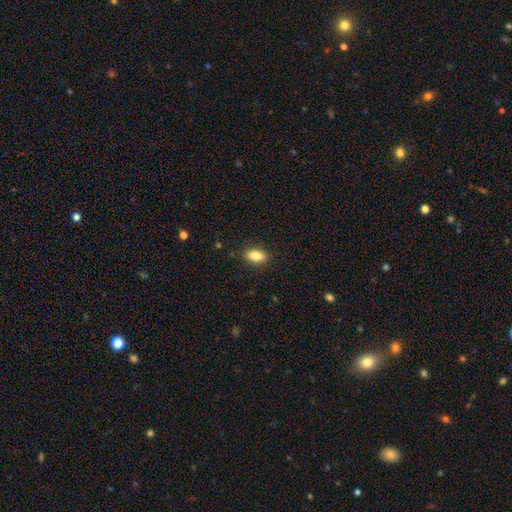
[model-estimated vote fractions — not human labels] Q: Smooth or featured?
A: smooth (86%); runner-up: star or artifact (8%)
Q: How rounded?
A: in between (89%); runner-up: round (6%)
Q: Merging?
A: none (88%); runner-up: minor disturbance (9%)